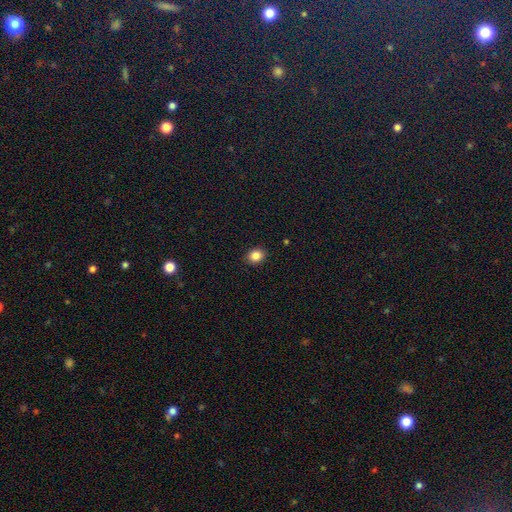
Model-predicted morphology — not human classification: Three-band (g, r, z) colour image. It shows a smooth galaxy with no disk features (85%) that is round (64%). Merging: none (91%).